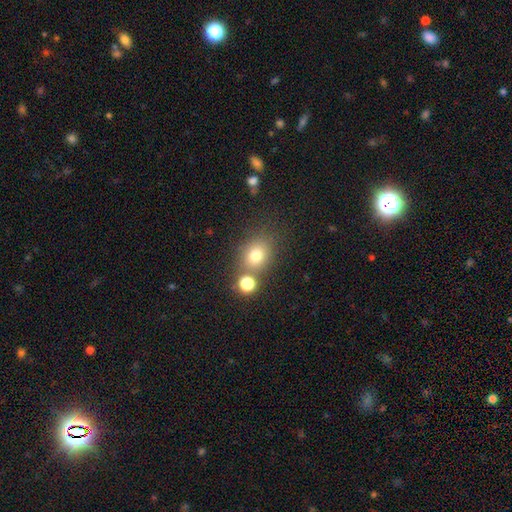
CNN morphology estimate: This is likely a smooth galaxy (75%). How rounded: likely round (61%). Merging: likely none (67%).